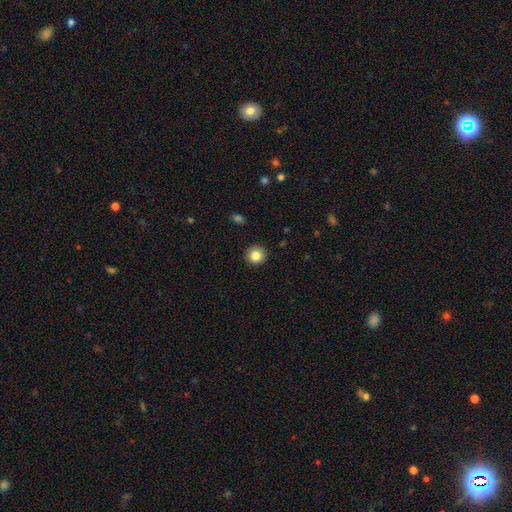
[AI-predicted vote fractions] Overall: smooth (84%). How rounded: round (94%). Merging: none (92%).